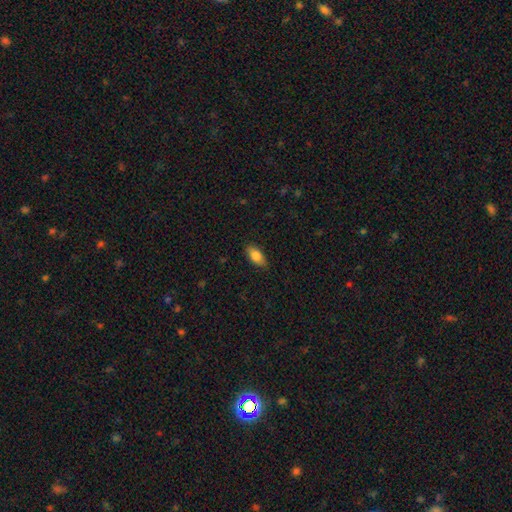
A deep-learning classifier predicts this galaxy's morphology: This appears to be a smooth galaxy with no disk features (83%) that is in between round and cigar-shaped (88%). Merging: none (85%).